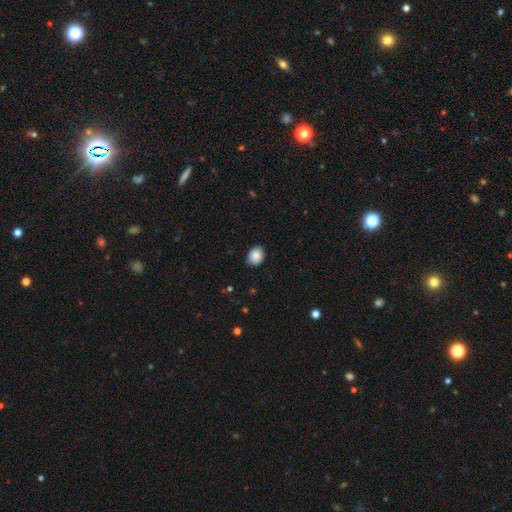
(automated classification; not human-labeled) Q: Smooth or featured?
A: smooth (87%); runner-up: star or artifact (8%)
Q: How rounded?
A: in between (52%); runner-up: round (47%)
Q: Merging?
A: none (83%); runner-up: minor disturbance (14%)